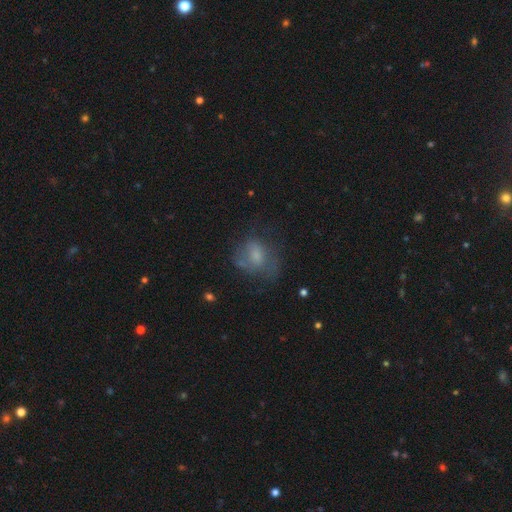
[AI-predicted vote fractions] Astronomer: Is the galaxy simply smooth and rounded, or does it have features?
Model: smooth — 54% (runner-up: featured or disk, 34%).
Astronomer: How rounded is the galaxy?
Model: in between — 53% (runner-up: round, 45%).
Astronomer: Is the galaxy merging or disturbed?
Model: none — 42% (runner-up: major disturbance, 28%).